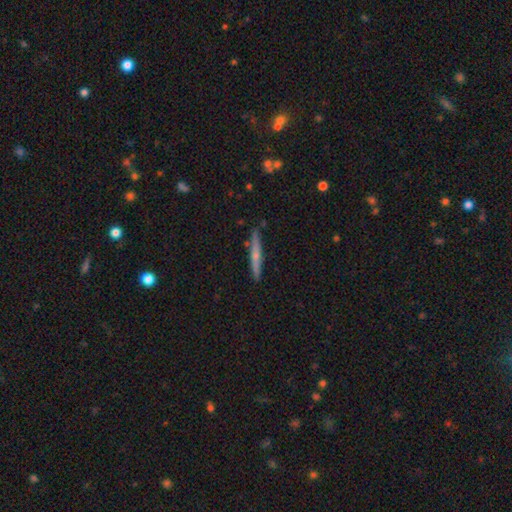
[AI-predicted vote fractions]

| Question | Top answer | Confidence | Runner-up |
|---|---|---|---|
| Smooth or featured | featured or disk | 50% | smooth (43%) |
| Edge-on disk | yes | 96% | no (4%) |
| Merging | none | 87% | minor disturbance (10%) |